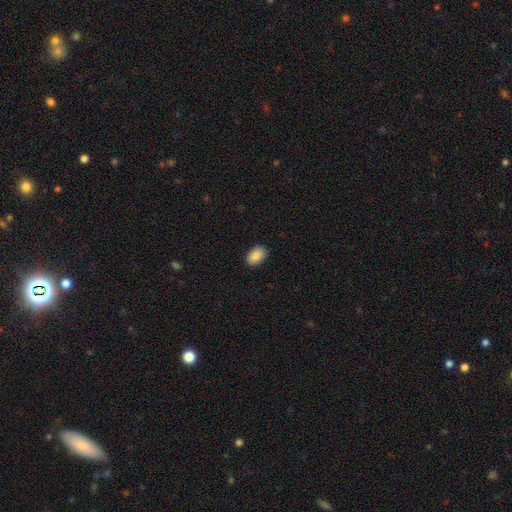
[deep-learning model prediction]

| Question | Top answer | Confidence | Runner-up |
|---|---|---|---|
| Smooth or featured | smooth | 88% | star or artifact (7%) |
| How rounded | in between | 89% | round (10%) |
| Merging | none | 90% | minor disturbance (7%) |